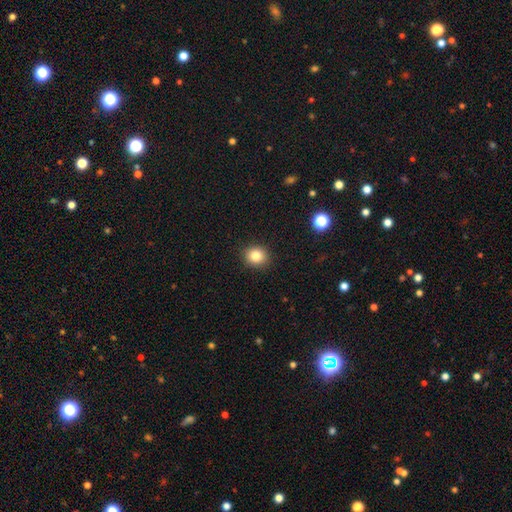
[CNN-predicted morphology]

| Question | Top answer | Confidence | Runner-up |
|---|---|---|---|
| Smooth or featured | smooth | 83% | star or artifact (11%) |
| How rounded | round | 80% | in between (19%) |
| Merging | none | 91% | minor disturbance (6%) |